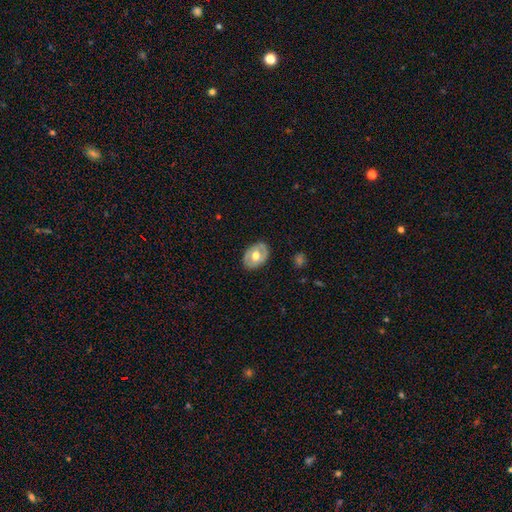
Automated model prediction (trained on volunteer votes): Smooth or featured? featured or disk (51%)
Edge-on disk? no (92%)
Merging? none (81%)